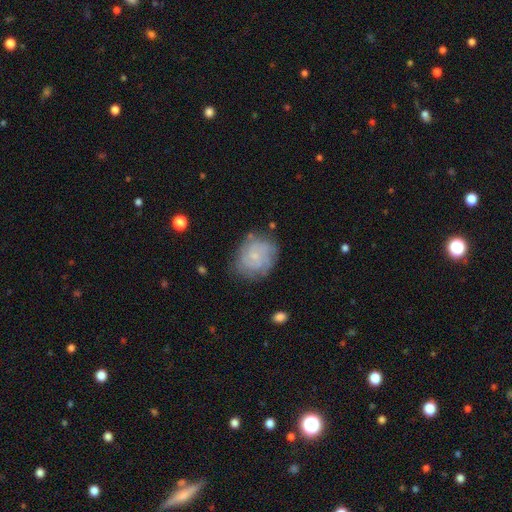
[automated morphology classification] featured or disk 64%, smooth 28%, star or artifact 8%. Down the decision tree: edge-on disk — no (98%); bar — no (73%); spiral arms — yes (86%); spiral arm count — can't tell (42%); spiral winding — tight (59%); bulge size — small (71%); merging — none (69%).